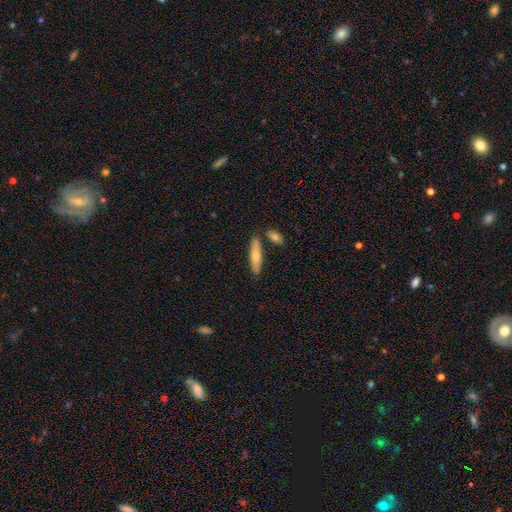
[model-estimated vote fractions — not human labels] This appears to be a smooth galaxy with no disk features (65%) that is cigar-shaped (74%). Merging: none (78%).